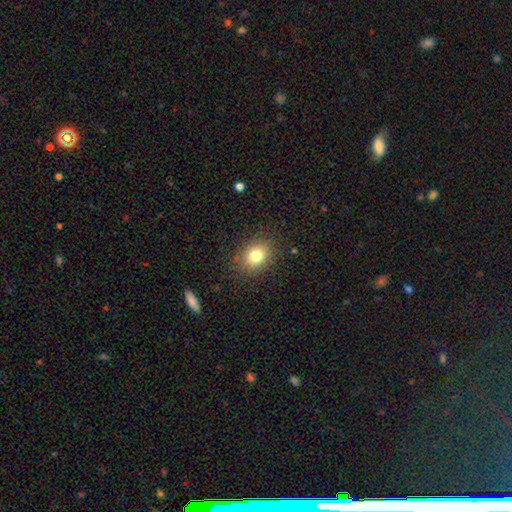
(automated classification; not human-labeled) Q: Smooth or featured?
A: smooth (80%); runner-up: star or artifact (11%)
Q: How rounded?
A: round (50%); runner-up: in between (49%)
Q: Merging?
A: none (85%); runner-up: minor disturbance (10%)